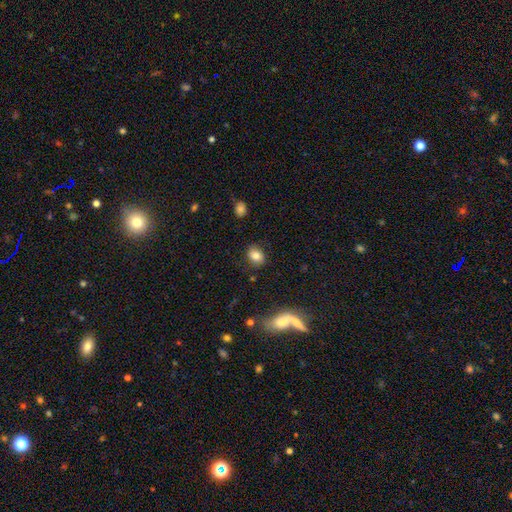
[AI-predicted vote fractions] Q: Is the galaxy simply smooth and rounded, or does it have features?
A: smooth — 81%.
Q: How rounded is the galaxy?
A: in between — 54%.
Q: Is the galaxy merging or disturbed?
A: none — 81%.